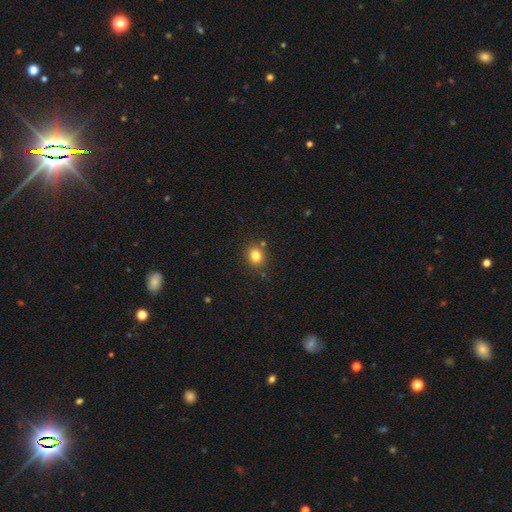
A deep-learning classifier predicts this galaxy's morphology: Overall: smooth (81%). How rounded: round (74%). Merging: none (83%).